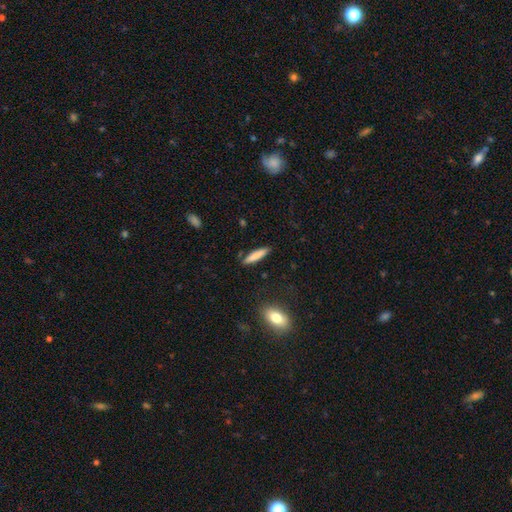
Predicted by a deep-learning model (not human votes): smooth-or-featured: smooth: 81% | featured or disk: 13% | star or artifact: 6%
  how-rounded: cigar-shaped: 84% | in between: 15% | round: 2%
  merging: none: 88% | minor disturbance: 8% | major disturbance: 2% | merger: 2%